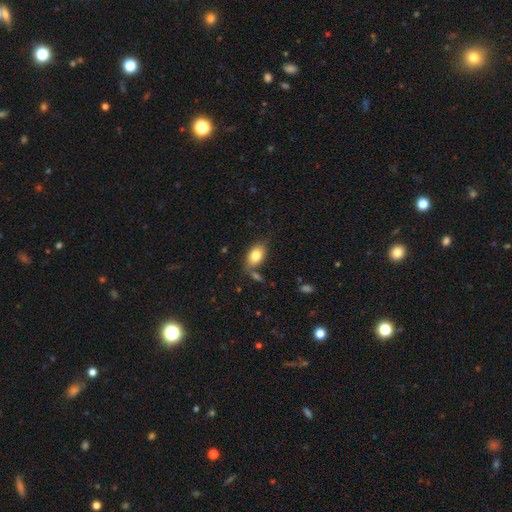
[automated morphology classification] This appears to be a smooth galaxy with no disk features (80%) that is in between round and cigar-shaped (88%). Merging: none (61%).